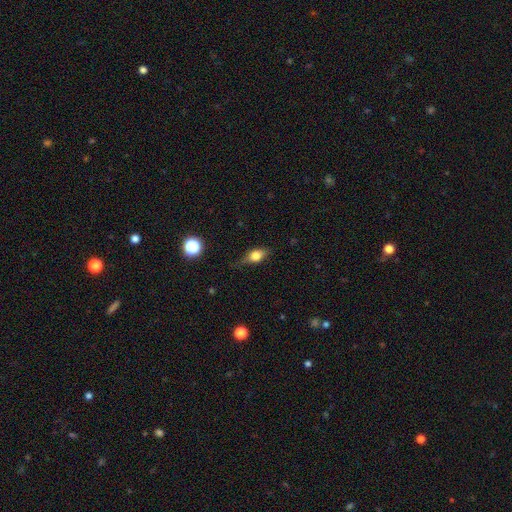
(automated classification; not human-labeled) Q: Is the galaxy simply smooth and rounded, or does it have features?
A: smooth — 61%.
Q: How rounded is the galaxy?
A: in between — 68%.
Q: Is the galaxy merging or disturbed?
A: none — 62%.